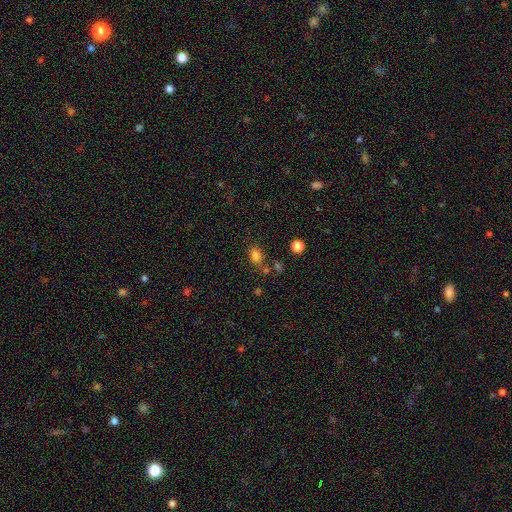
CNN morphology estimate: A smooth galaxy with no disk features (80%) that is in between round and cigar-shaped (72%).

Vote fractions:
- Smooth or featured? smooth: 80% / star or artifact: 14% / featured or disk: 6%
- How rounded? in between: 72% / round: 26% / cigar-shaped: 2%
- Merging? none: 70% / minor disturbance: 14% / merger: 11% / major disturbance: 5%